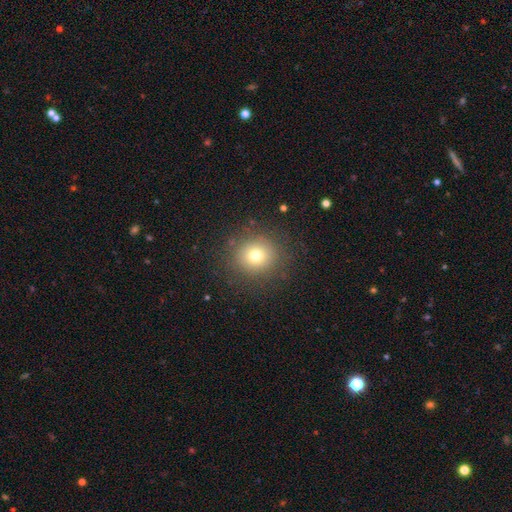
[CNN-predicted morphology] Smooth or featured? smooth (74%)
How rounded? round (90%)
Merging? none (86%)